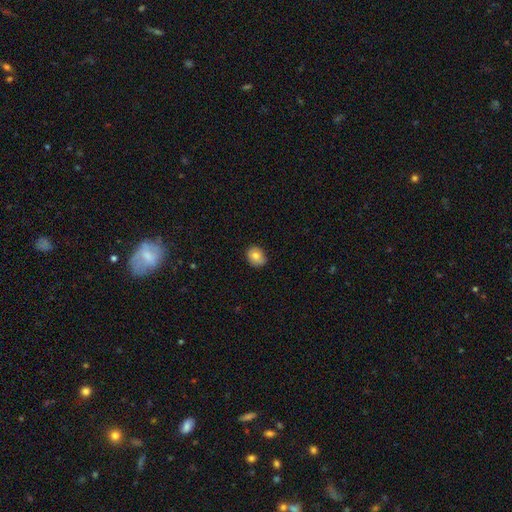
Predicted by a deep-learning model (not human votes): Morphology: type=smooth (76%); roundness=round (62%); merging=none (79%).